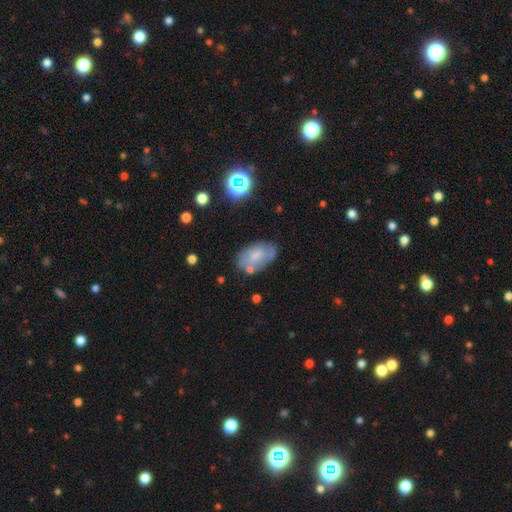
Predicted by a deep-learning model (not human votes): Smooth or featured? smooth (53%)
How rounded? in between (90%)
Merging? none (61%)